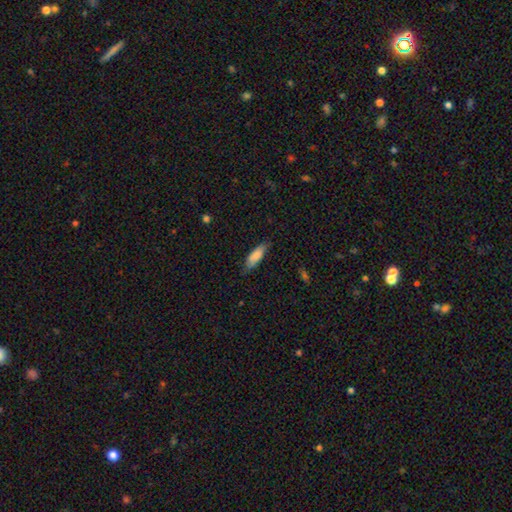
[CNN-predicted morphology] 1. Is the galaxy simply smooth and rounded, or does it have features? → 83% smooth, 11% featured or disk, 6% star or artifact.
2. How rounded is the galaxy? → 58% in between, 40% cigar-shaped, 2% round.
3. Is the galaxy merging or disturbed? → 73% none, 22% minor disturbance, 4% major disturbance, 1% merger.